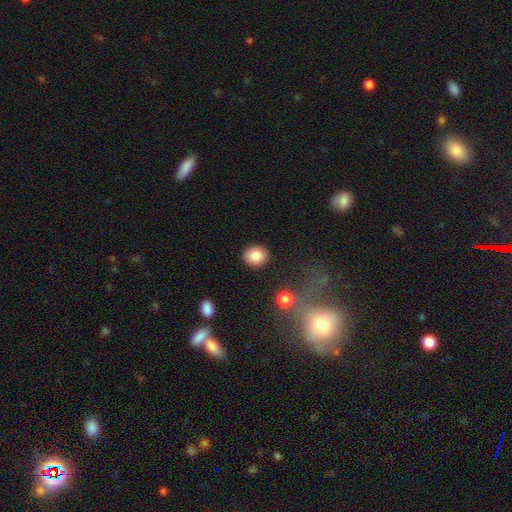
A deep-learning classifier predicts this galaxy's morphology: Smooth or featured?
  - smooth: 84% *
  - star or artifact: 9%
  - featured or disk: 6%
How rounded?
  - round: 78% *
  - in between: 21%
  - cigar-shaped: 1%
Merging?
  - none: 90% *
  - minor disturbance: 6%
  - major disturbance: 2%
  - merger: 2%